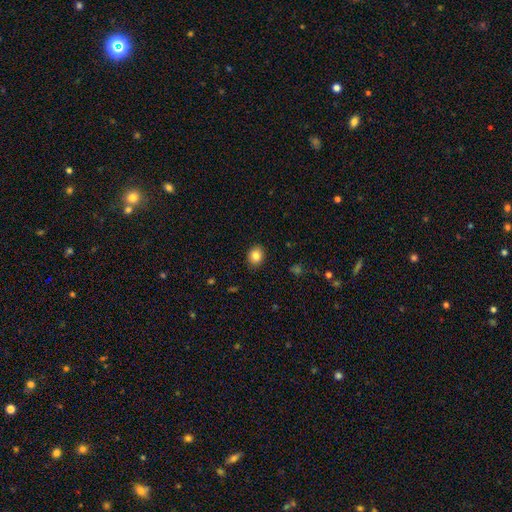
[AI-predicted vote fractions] smooth 86%, star or artifact 10%, featured or disk 5%. Down the decision tree: how rounded — round (65%); merging — none (88%).